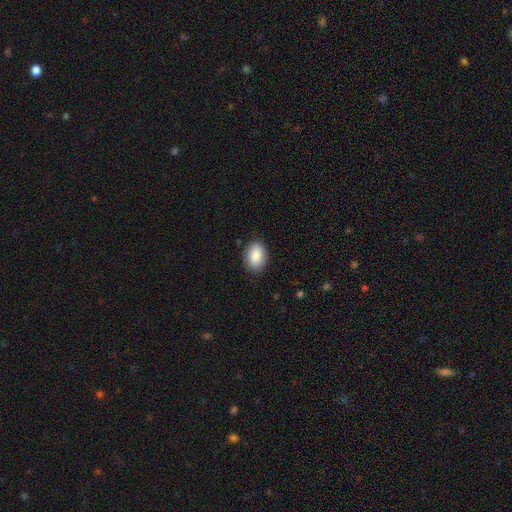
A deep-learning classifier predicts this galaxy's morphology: smooth-or-featured: smooth: 88% | star or artifact: 7% | featured or disk: 5%
  how-rounded: in between: 85% | round: 14% | cigar-shaped: 1%
  merging: none: 86% | minor disturbance: 10% | major disturbance: 2% | merger: 1%